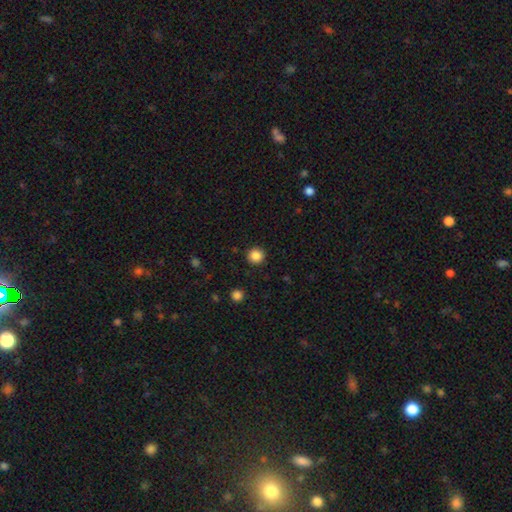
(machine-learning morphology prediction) A smooth galaxy with no disk features (86%) that is round (95%). Merging: none (92%).